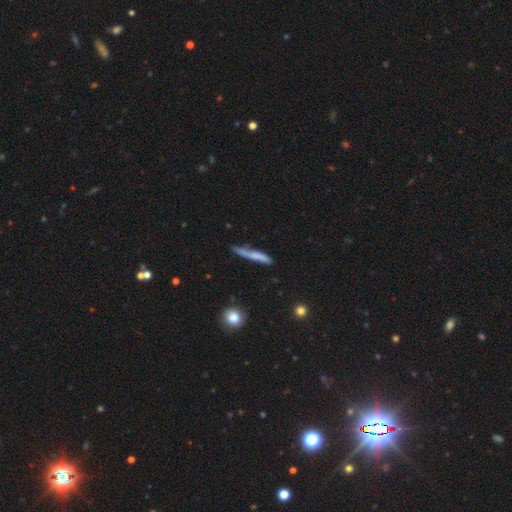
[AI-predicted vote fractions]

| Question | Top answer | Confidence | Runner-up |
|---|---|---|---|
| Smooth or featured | smooth | 62% | featured or disk (32%) |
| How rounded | cigar-shaped | 93% | in between (5%) |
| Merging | none | 60% | minor disturbance (28%) |